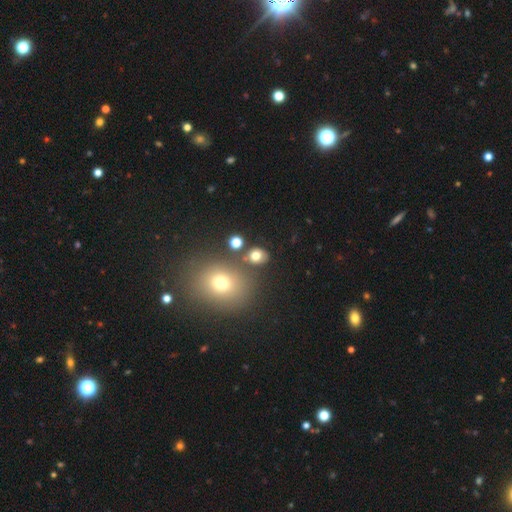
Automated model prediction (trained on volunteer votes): A smooth galaxy with no disk features (76%) that is round (58%).

Vote fractions:
- Smooth or featured? smooth: 76% / star or artifact: 14% / featured or disk: 10%
- How rounded? round: 58% / in between: 41% / cigar-shaped: 1%
- Merging? none: 73% / merger: 11% / minor disturbance: 11% / major disturbance: 5%